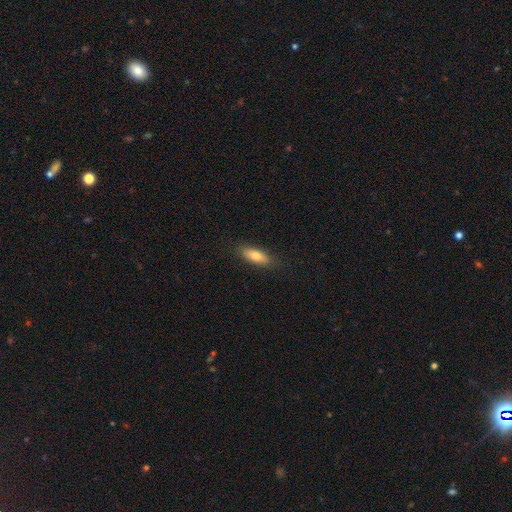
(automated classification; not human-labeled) This is likely a smooth galaxy (76%). How rounded: likely in between (68%). Merging: clearly none (84%).